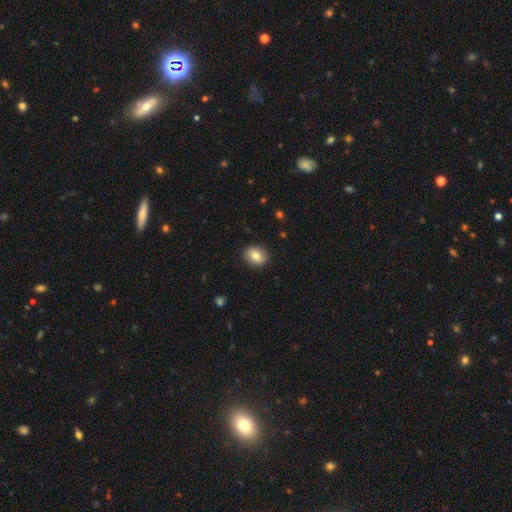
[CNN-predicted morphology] A smooth galaxy with no disk features (77%) that is round (65%).

Vote fractions:
- Smooth or featured? smooth: 77% / featured or disk: 15% / star or artifact: 9%
- How rounded? round: 65% / in between: 34% / cigar-shaped: 1%
- Merging? none: 90% / minor disturbance: 7% / major disturbance: 2% / merger: 1%